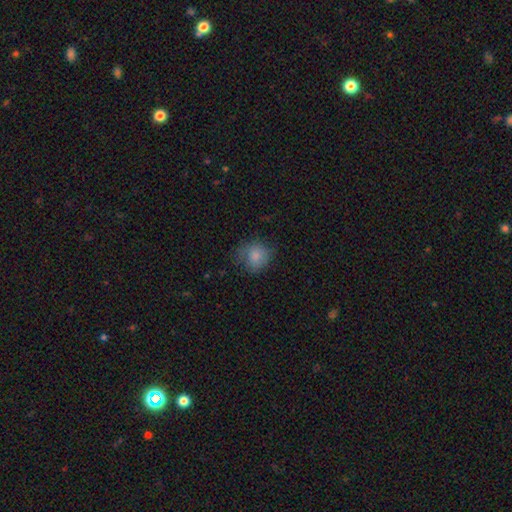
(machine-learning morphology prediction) Smooth or featured? Predicted: smooth (p=0.80). How rounded? Predicted: round (p=0.77). Merging? Predicted: none (p=0.60).